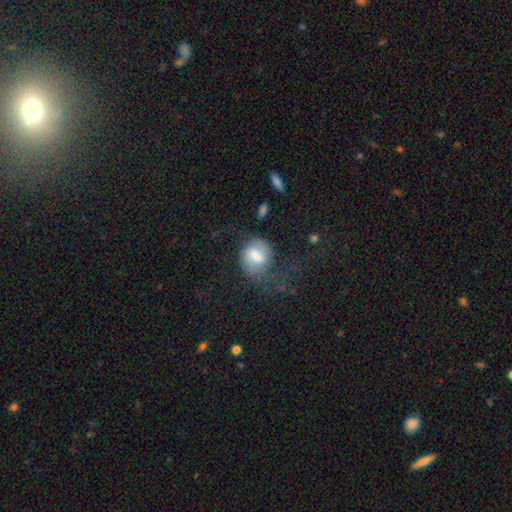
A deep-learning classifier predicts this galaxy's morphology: A smooth galaxy with no disk features (60%) that is in between round and cigar-shaped (49%). Merging: major disturbance (37%).